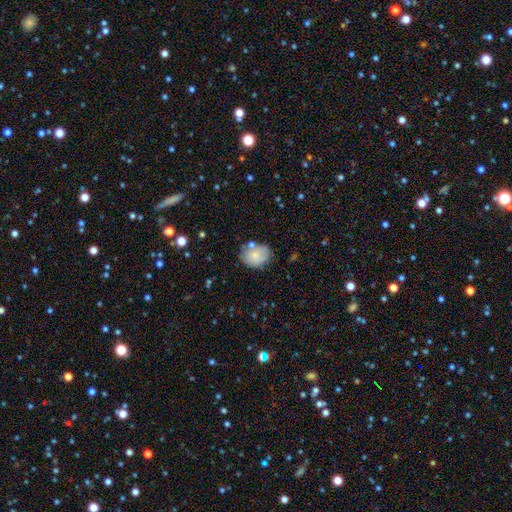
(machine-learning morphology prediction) The model was most divided on "how rounded": in between: 63%, round: 36%, cigar-shaped: 1%. More confident: smooth or featured — smooth (78%); merging — none (65%).